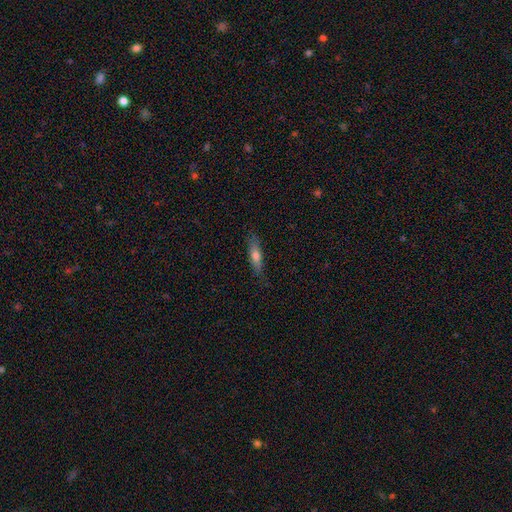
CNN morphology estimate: This appears to be a smooth galaxy with no disk features (55%) that is cigar-shaped (77%). Merging: none (82%).